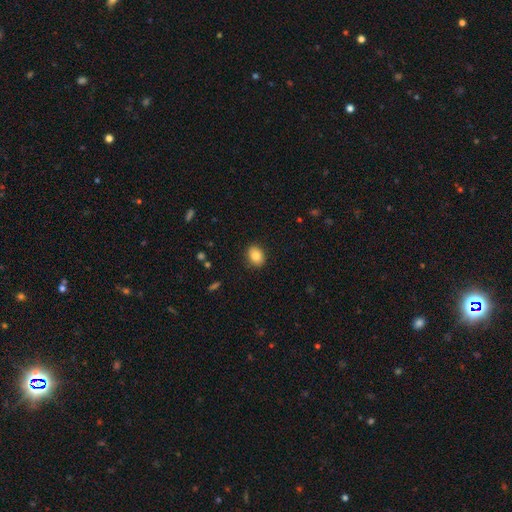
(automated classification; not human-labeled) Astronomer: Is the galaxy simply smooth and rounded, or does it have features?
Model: smooth — 84%.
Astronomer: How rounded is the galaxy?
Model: in between — 65%.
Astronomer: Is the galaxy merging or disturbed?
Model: none — 89%.